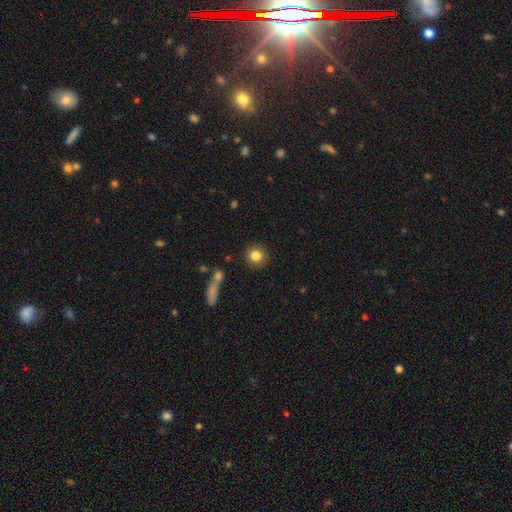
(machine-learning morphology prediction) Smooth or featured: smooth — 84% (star or artifact — 10%)
How rounded: round — 91% (in between — 8%)
Merging: none — 88% (minor disturbance — 7%)